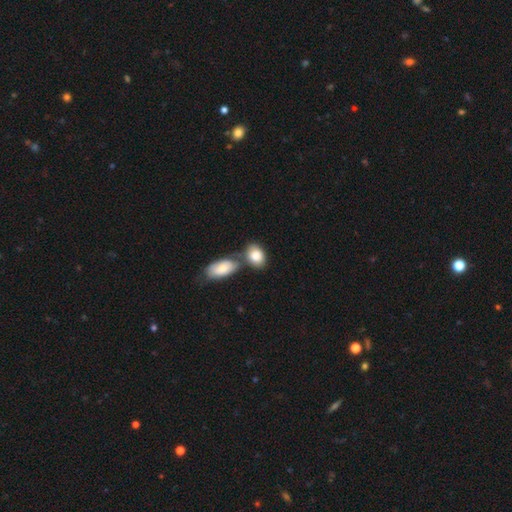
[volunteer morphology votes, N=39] Smooth or featured? smooth (92%)
How rounded? in between (83%)
Merging? merger (64%)